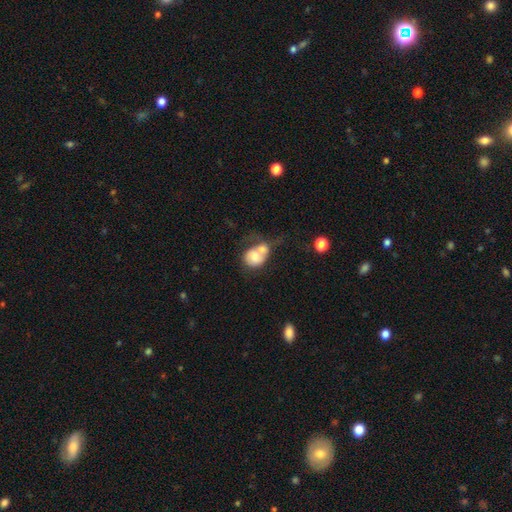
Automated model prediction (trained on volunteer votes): Morphology: type=smooth (64%); roundness=round (56%); merging=merger (63%).